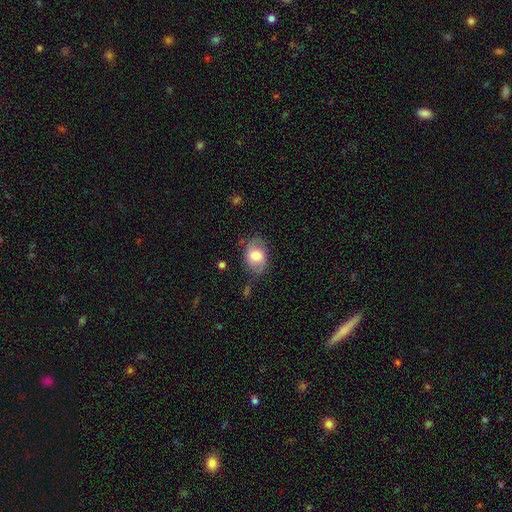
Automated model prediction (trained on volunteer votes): smooth-or-featured: smooth: 67% | featured or disk: 26% | star or artifact: 7%
  how-rounded: in between: 78% | round: 21% | cigar-shaped: 1%
  merging: none: 66% | minor disturbance: 24% | major disturbance: 8% | merger: 3%